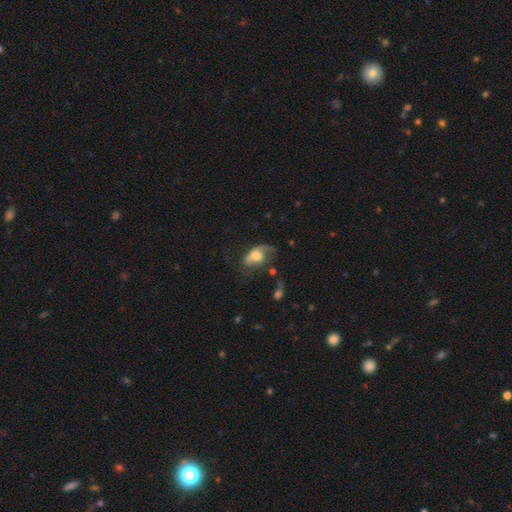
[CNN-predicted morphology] Smooth or featured? featured or disk (48%)
Merging? major disturbance (44%)